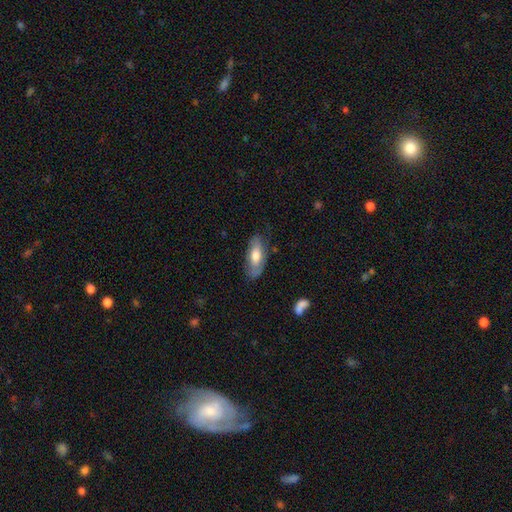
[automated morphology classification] Smooth or featured: smooth — 59% (featured or disk — 36%)
How rounded: in between — 81% (cigar-shaped — 17%)
Merging: none — 69% (minor disturbance — 22%)